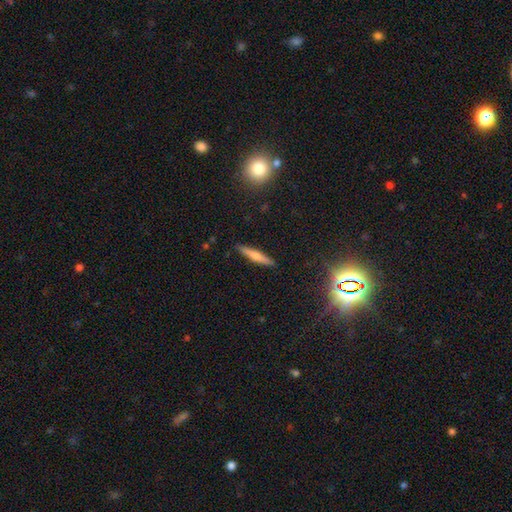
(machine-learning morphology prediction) This is possibly a smooth galaxy (57%). How rounded: clearly cigar-shaped (90%). Merging: clearly none (90%).